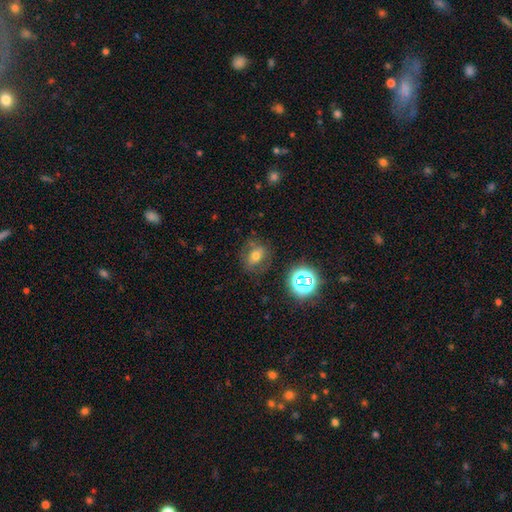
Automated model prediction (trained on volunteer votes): A smooth galaxy with no disk features (55%) that is in between round and cigar-shaped (51%). Merging: none (71%).